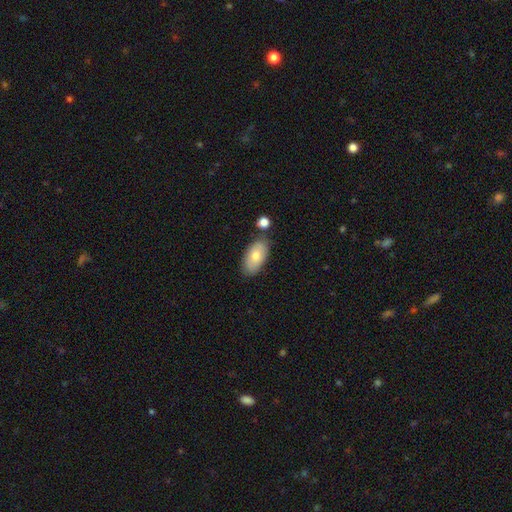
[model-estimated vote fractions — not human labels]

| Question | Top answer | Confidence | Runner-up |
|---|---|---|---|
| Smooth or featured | smooth | 72% | featured or disk (21%) |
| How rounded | in between | 93% | round (4%) |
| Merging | none | 74% | minor disturbance (15%) |